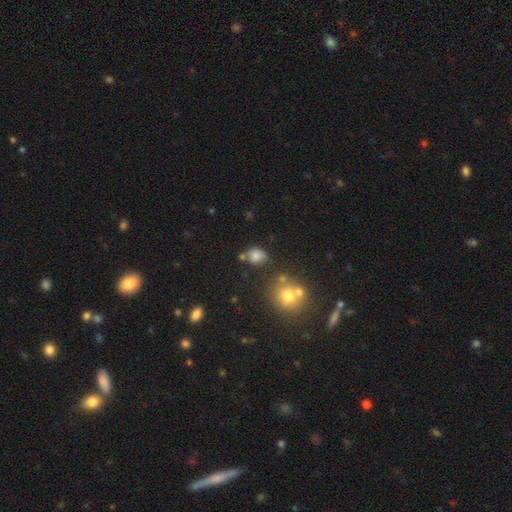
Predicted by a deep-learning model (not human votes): This appears to be a smooth galaxy with no disk features (78%) that is round (61%). Merging: none (64%).